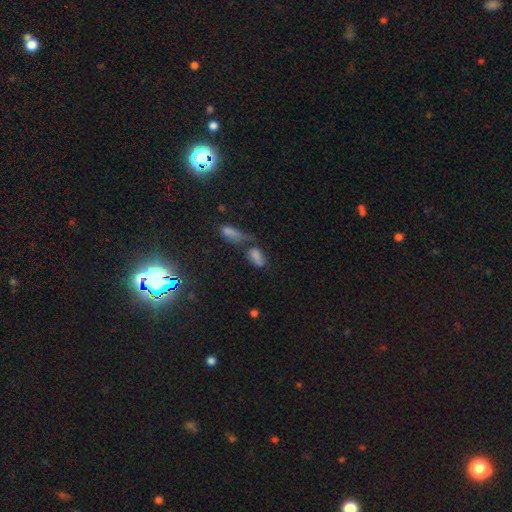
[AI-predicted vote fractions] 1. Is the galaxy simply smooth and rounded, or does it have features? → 47% smooth, 36% star or artifact, 17% featured or disk.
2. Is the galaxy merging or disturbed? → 44% merger, 32% none, 14% minor disturbance, 10% major disturbance.